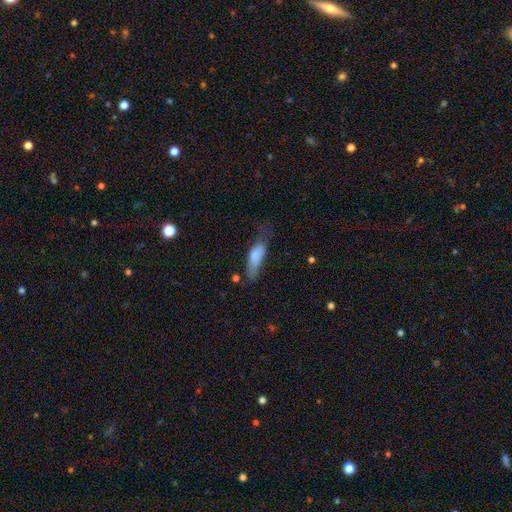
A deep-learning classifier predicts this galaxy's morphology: Smooth or featured? Predicted: smooth (p=0.76). How rounded? Predicted: in between (p=0.62). Merging? Predicted: minor disturbance (p=0.35).